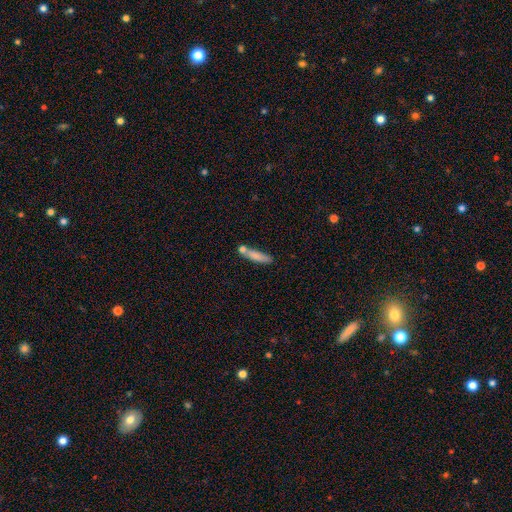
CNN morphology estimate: Smooth or featured: smooth — 75% (featured or disk — 18%)
How rounded: cigar-shaped — 79% (in between — 19%)
Merging: none — 56% (merger — 22%)